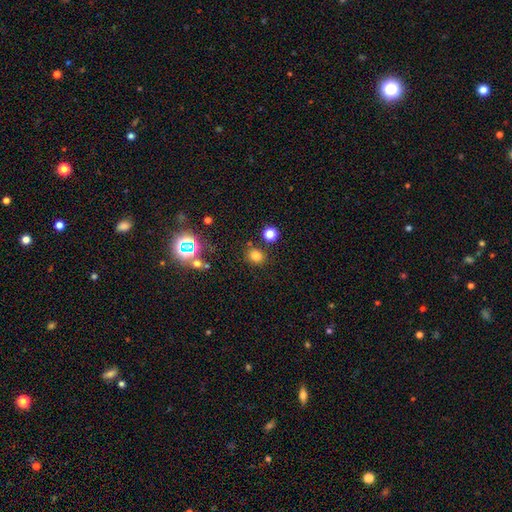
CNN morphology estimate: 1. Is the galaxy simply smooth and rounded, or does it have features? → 75% smooth, 19% star or artifact, 6% featured or disk.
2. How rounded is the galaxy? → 75% round, 24% in between, 1% cigar-shaped.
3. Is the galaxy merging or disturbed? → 81% none, 9% minor disturbance, 6% merger, 4% major disturbance.